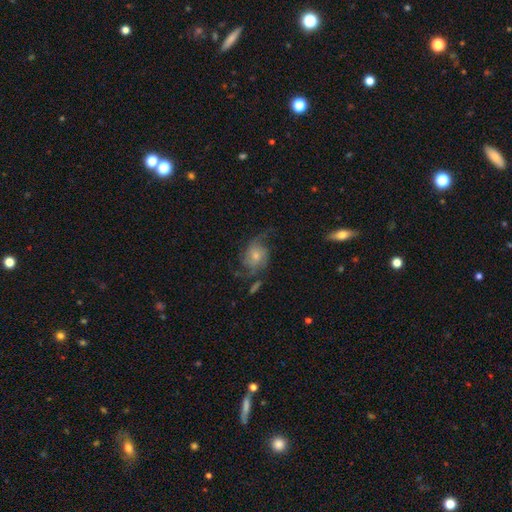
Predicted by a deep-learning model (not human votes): Smooth or featured?
  - featured or disk: 68% *
  - smooth: 25%
  - star or artifact: 8%
Edge-on disk?
  - no: 97% *
  - yes: 3%
Bar?
  - no: 73% *
  - weak: 23%
  - strong: 4%
Spiral arms?
  - yes: 89% *
  - no: 11%
Spiral winding?
  - loose: 49% *
  - medium: 36%
  - tight: 15%
Spiral arm count?
  - 2: 54% *
  - can't tell: 17%
  - 3: 14%
  - 1: 7%
  - 4: 5%
  - more than 4: 4%
Bulge size?
  - small: 45% *
  - moderate: 44%
  - large: 5%
  - none: 4%
  - dominant: 2%
Merging?
  - none: 48% *
  - major disturbance: 25%
  - minor disturbance: 23%
  - merger: 4%